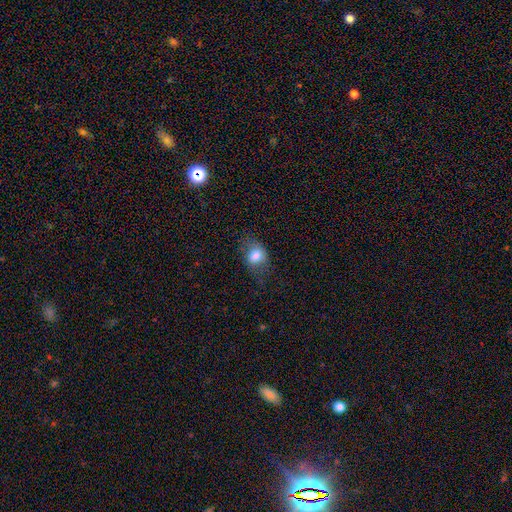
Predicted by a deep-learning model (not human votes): Smooth or featured? Predicted: smooth (p=0.78). How rounded? Predicted: in between (p=0.54). Merging? Predicted: none (p=0.59).